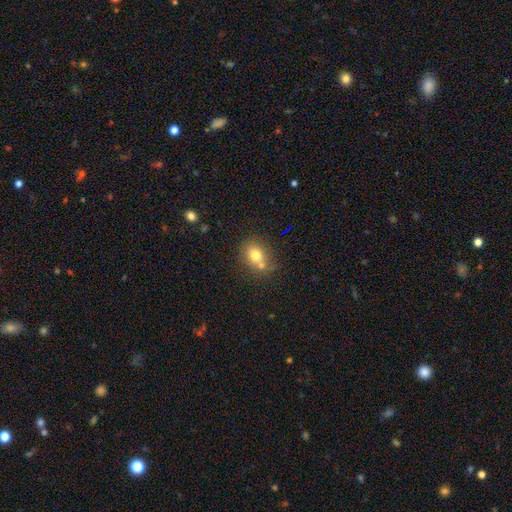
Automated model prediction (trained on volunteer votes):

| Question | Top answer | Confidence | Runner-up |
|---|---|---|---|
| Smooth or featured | smooth | 74% | featured or disk (14%) |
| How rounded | round | 55% | in between (44%) |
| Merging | none | 52% | merger (30%) |